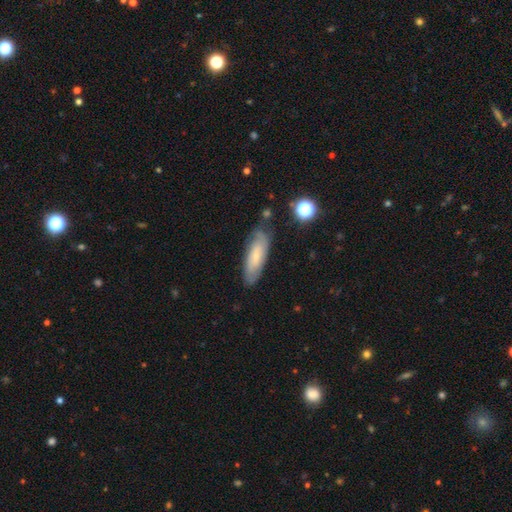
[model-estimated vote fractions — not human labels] The model was most divided on "how rounded": in between: 52%, cigar-shaped: 45%, round: 2%. More confident: merging — none (74%); smooth or featured — smooth (53%).